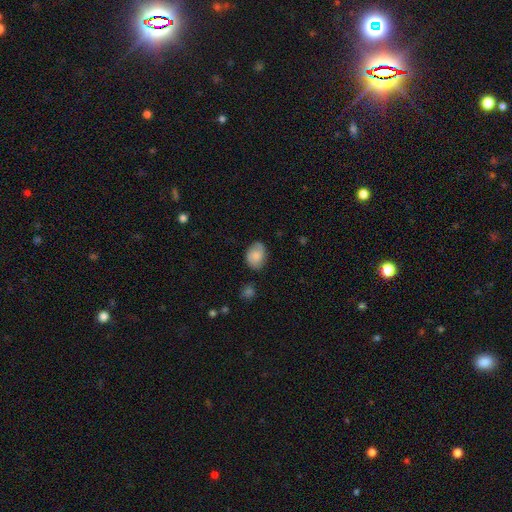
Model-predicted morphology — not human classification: Q: Smooth or featured?
A: smooth (73%); runner-up: featured or disk (19%)
Q: How rounded?
A: in between (70%); runner-up: round (29%)
Q: Merging?
A: none (74%); runner-up: minor disturbance (20%)